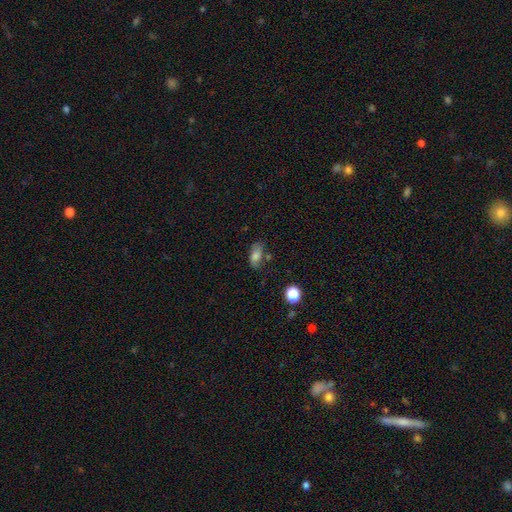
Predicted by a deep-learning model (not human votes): smooth_or_featured: smooth (p=0.69) [alt: featured or disk p=0.20]
how_rounded: in between (p=0.86) [alt: round p=0.09]
merging: none (p=0.58) [alt: minor disturbance p=0.25]